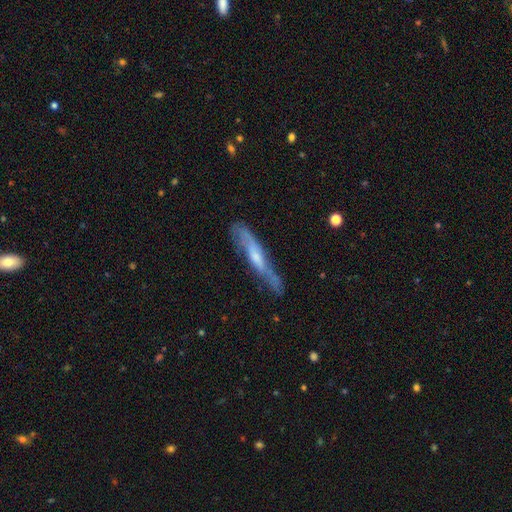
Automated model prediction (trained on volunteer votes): smooth_or_featured: featured or disk (p=0.64) [alt: smooth p=0.28]
disk_edge_on: yes (p=0.72) [alt: no p=0.28]
merging: none (p=0.66) [alt: minor disturbance p=0.24]